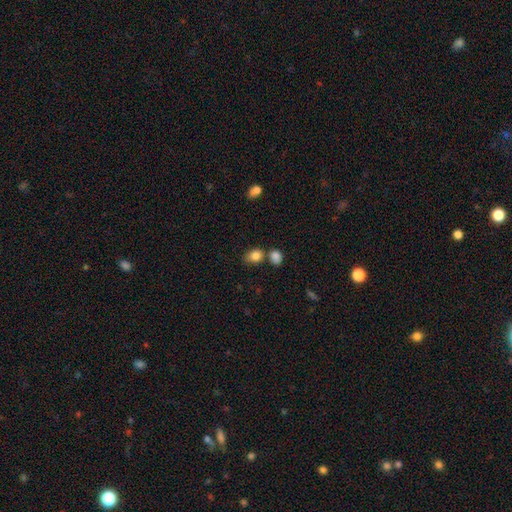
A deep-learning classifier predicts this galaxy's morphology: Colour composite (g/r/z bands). It shows a smooth galaxy with no disk features (84%) that is in between round and cigar-shaped (57%). Merging: none (56%).